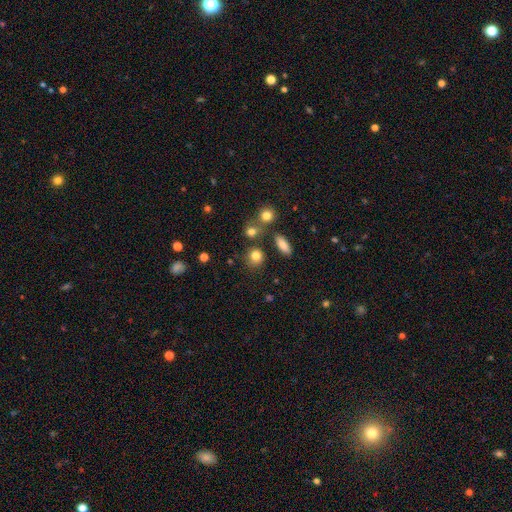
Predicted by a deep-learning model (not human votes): The model was most divided on "merging": none: 75%, merger: 11%, minor disturbance: 10%, major disturbance: 4%. More confident: how rounded — round (82%); smooth or featured — smooth (81%).